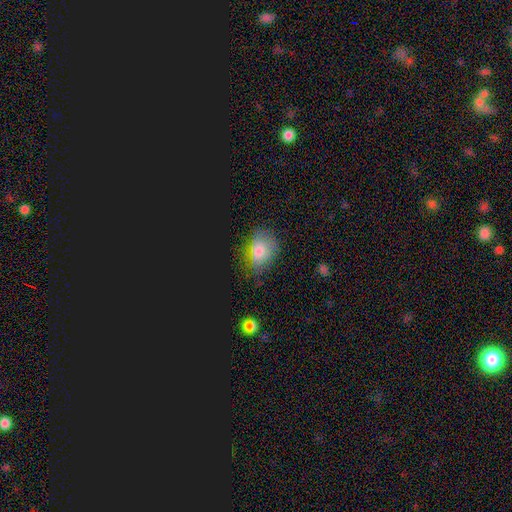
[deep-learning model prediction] smooth 60%, star or artifact 28%, featured or disk 12%. Down the decision tree: how rounded — in between (62%); merging — none (73%).